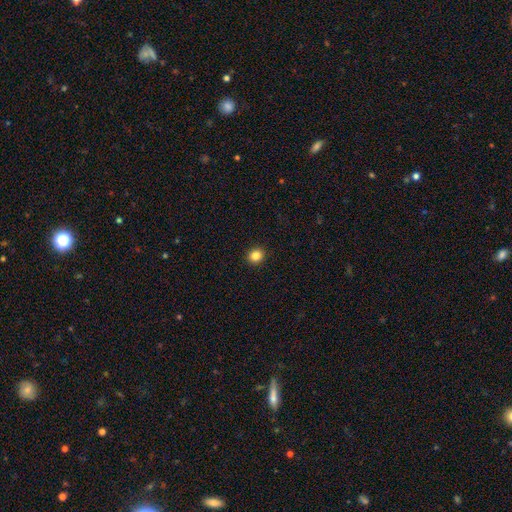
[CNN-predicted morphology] Q: Smooth or featured?
A: smooth (84%); runner-up: star or artifact (11%)
Q: How rounded?
A: round (84%); runner-up: in between (15%)
Q: Merging?
A: none (93%); runner-up: minor disturbance (5%)